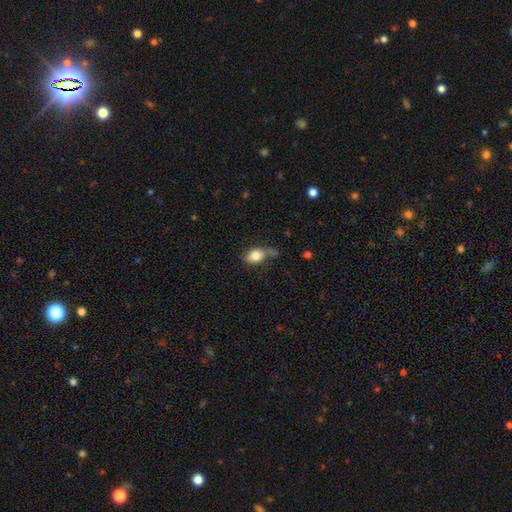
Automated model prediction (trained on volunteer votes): Q: Smooth or featured?
A: smooth (79%); runner-up: featured or disk (13%)
Q: How rounded?
A: in between (70%); runner-up: round (28%)
Q: Merging?
A: none (45%); runner-up: minor disturbance (29%)